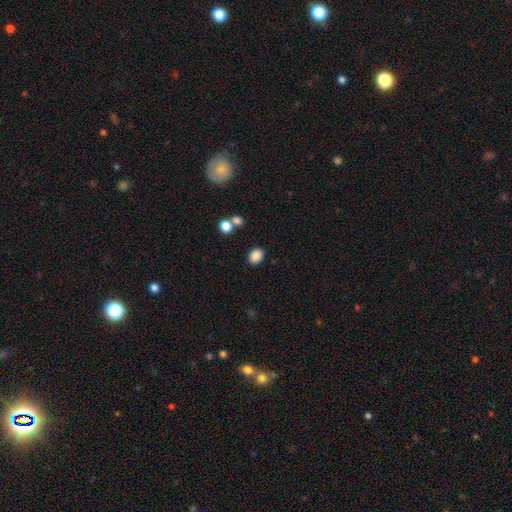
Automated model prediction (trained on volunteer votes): smooth-or-featured: smooth: 87% | star or artifact: 10% | featured or disk: 4%
  how-rounded: in between: 59% | round: 40% | cigar-shaped: 1%
  merging: none: 82% | minor disturbance: 9% | merger: 5% | major disturbance: 3%